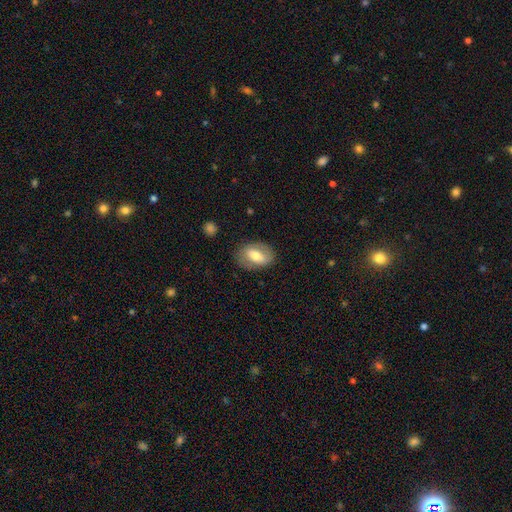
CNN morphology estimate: Smooth or featured: smooth — 52% (featured or disk — 41%)
How rounded: in between — 83% (round — 15%)
Merging: none — 78% (minor disturbance — 15%)